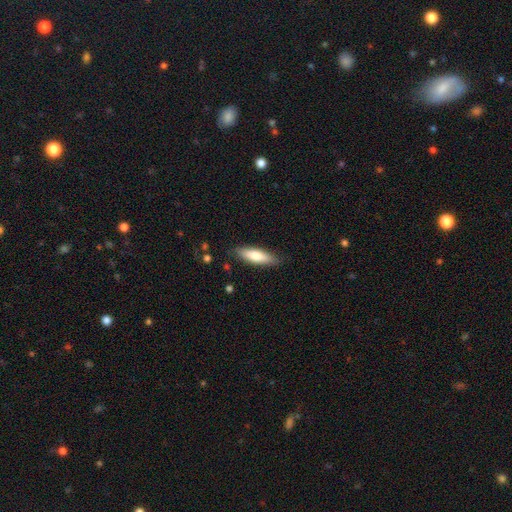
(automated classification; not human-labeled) Overall: smooth (73%). How rounded: cigar-shaped (56%; in between 42%). Merging: none (85%).